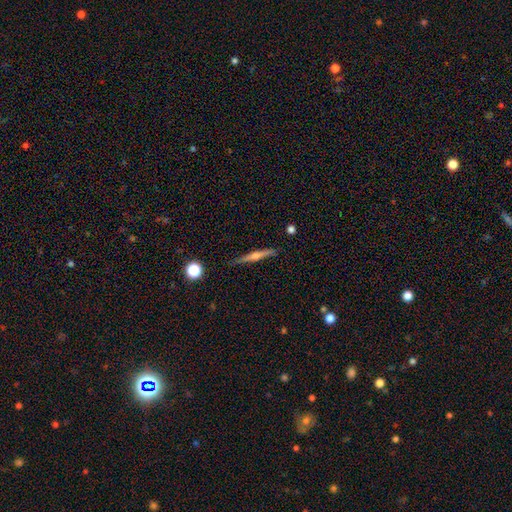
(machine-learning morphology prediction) Smooth or featured? Predicted: featured or disk (p=0.69). Edge-on disk? Predicted: yes (p=0.98). Edge-on bulge? Predicted: rounded (p=0.81). Merging? Predicted: none (p=0.89).